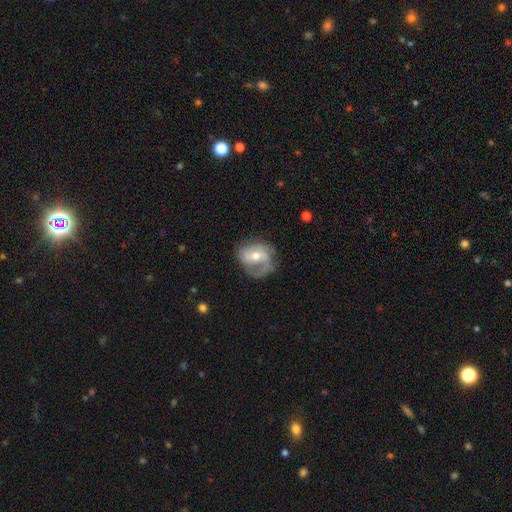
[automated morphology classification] Smooth or featured? Predicted: featured or disk (p=0.73). Edge-on disk? Predicted: no (p=0.97). Bar? Predicted: weak (p=0.41, tied with no). Spiral arms? Predicted: yes (p=0.87). Spiral winding? Predicted: medium (p=0.44). Spiral arm count? Predicted: 2 (p=0.52). Bulge size? Predicted: moderate (p=0.64). Merging? Predicted: none (p=0.54).